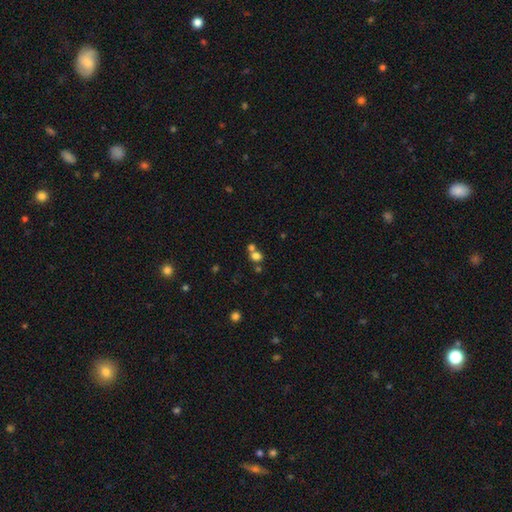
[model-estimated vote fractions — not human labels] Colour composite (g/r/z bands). It shows a smooth galaxy with no disk features (74%) that is round (66%). Merging: merger (46%).